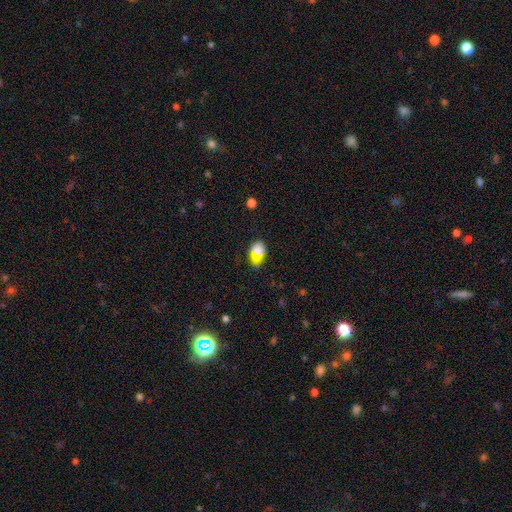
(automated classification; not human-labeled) Smooth or featured: smooth — 74% (star or artifact — 16%)
How rounded: in between — 80% (round — 18%)
Merging: none — 66% (minor disturbance — 21%)